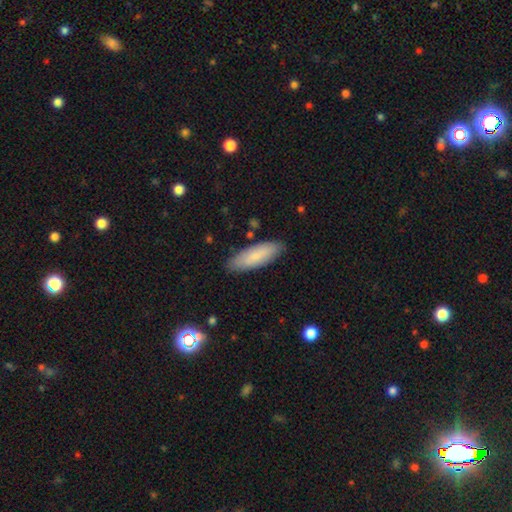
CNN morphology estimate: smooth 80%, featured or disk 14%, star or artifact 6%. Down the decision tree: how rounded — in between (56%); merging — none (87%).